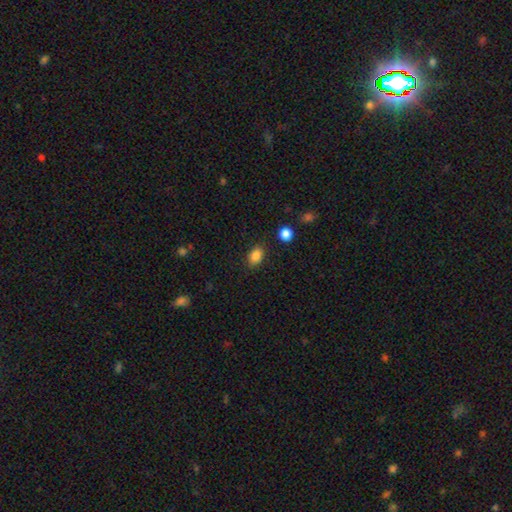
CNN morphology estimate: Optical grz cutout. It shows a smooth galaxy with no disk features (86%) that is in between round and cigar-shaped (78%). Merging: none (84%).